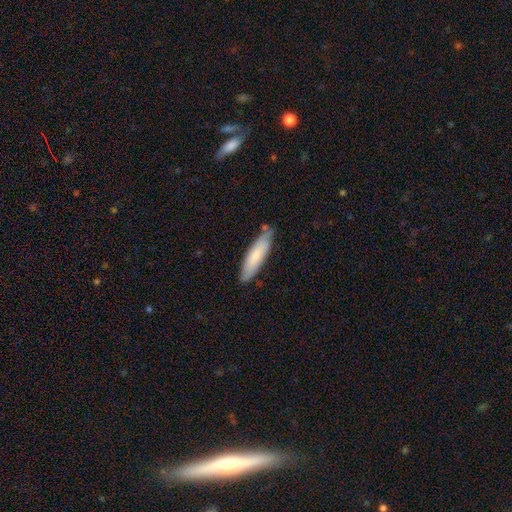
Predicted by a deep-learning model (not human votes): Smooth or featured? Predicted: smooth (p=0.74). How rounded? Predicted: cigar-shaped (p=0.72). Merging? Predicted: none (p=0.75).